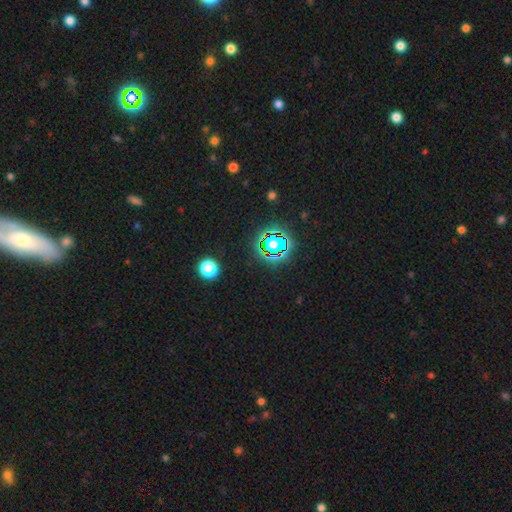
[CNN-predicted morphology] A star or artifact, not a galaxy (80%).